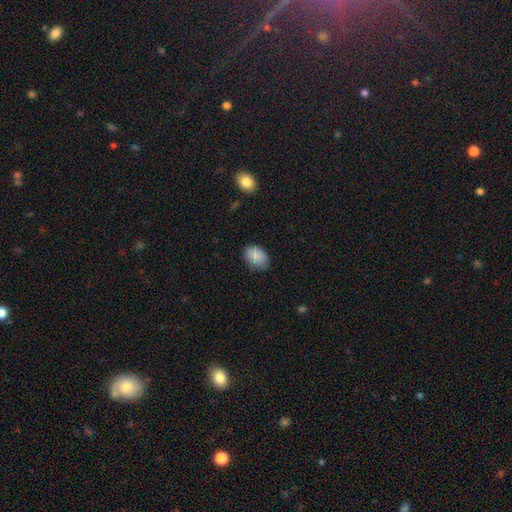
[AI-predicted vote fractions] Smooth or featured? Predicted: smooth (p=0.87). How rounded? Predicted: in between (p=0.77). Merging? Predicted: none (p=0.70).